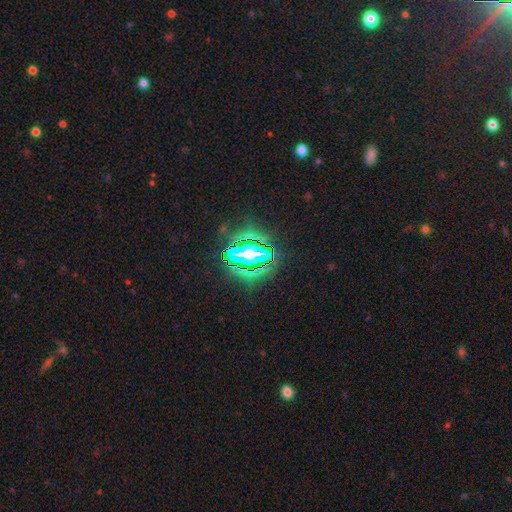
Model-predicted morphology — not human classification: type=star or artifact (71%).